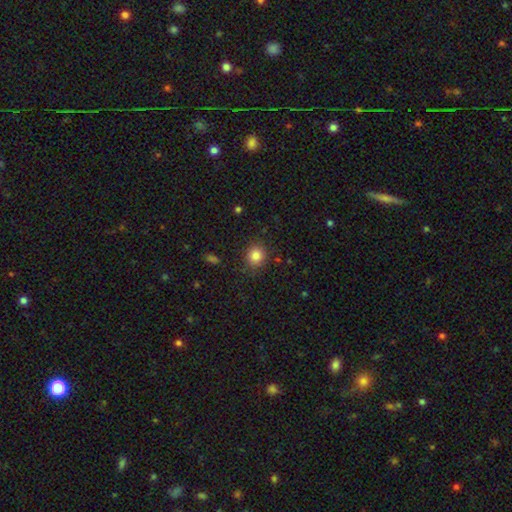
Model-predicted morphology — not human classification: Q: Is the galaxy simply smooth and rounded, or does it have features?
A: smooth — 83%.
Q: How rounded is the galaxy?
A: round — 82%.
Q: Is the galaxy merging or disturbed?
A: none — 85%.